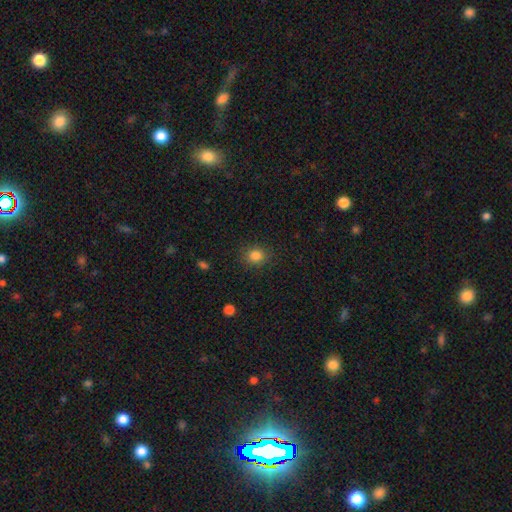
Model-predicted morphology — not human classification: smooth 84%, star or artifact 12%, featured or disk 4%. Down the decision tree: how rounded — round (75%); merging — none (87%).